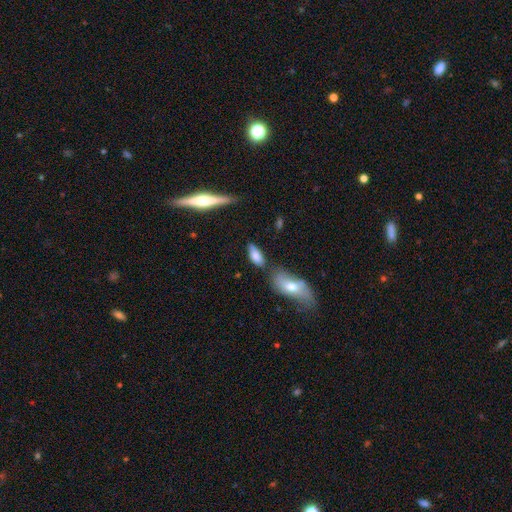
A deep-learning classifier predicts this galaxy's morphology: smooth_or_featured: smooth (p=0.76) [alt: featured or disk p=0.16]
how_rounded: in between (p=0.81) [alt: cigar-shaped p=0.16]
merging: none (p=0.64) [alt: minor disturbance p=0.17]